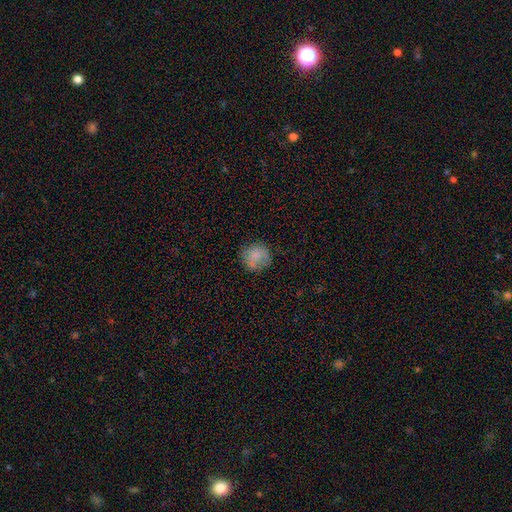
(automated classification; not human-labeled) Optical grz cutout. It shows a smooth galaxy with no disk features (76%) that is round (90%). Merging: none (71%).